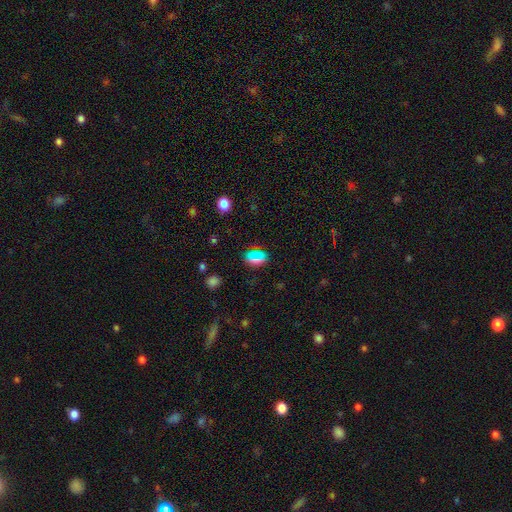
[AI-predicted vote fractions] Smooth or featured?
  - smooth: 60% *
  - star or artifact: 31%
  - featured or disk: 8%
How rounded?
  - round: 55% *
  - in between: 40%
  - cigar-shaped: 5%
Merging?
  - none: 82% *
  - minor disturbance: 11%
  - major disturbance: 5%
  - merger: 3%